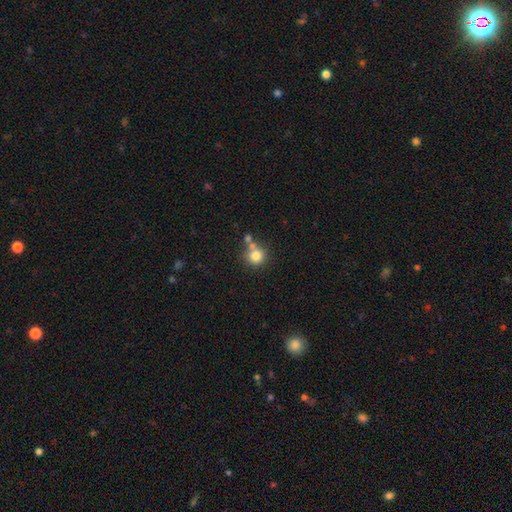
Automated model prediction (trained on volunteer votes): The model was most divided on "merging": none: 59%, merger: 26%, minor disturbance: 11%, major disturbance: 4%. More confident: how rounded — round (91%); smooth or featured — smooth (79%).